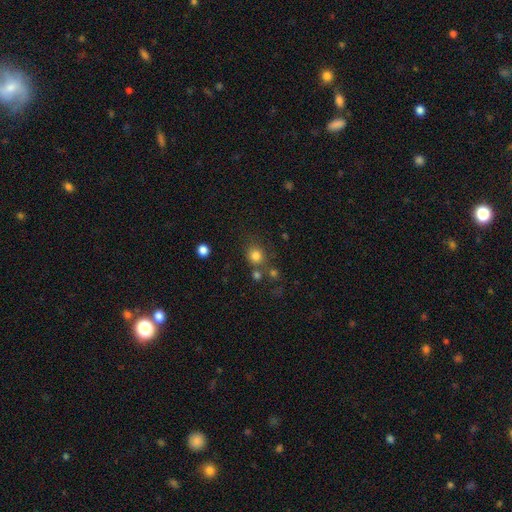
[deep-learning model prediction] smooth 80%, star or artifact 14%, featured or disk 6%. Down the decision tree: how rounded — round (82%); merging — none (69%).